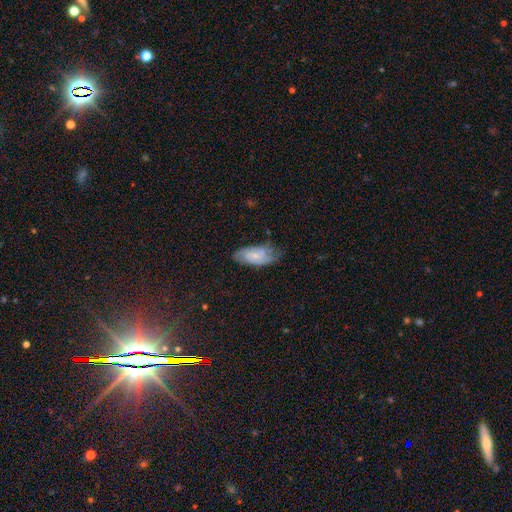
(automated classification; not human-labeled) smooth_or_featured: smooth (p=0.49) [alt: featured or disk p=0.44]
merging: none (p=0.58) [alt: minor disturbance p=0.31]